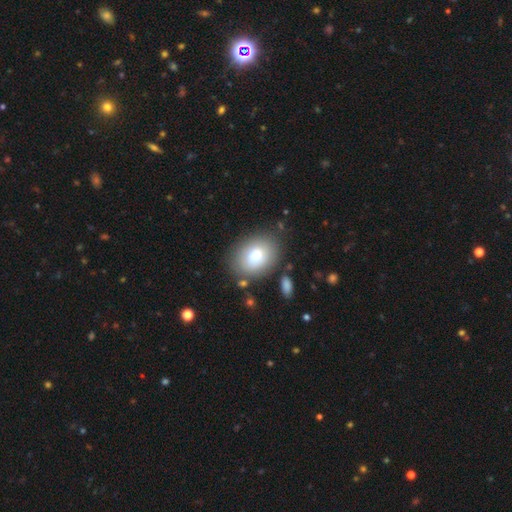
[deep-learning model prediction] A smooth galaxy with no disk features (75%) that is in between round and cigar-shaped (65%).

Vote fractions:
- Smooth or featured? smooth: 75% / featured or disk: 16% / star or artifact: 9%
- How rounded? in between: 65% / round: 34% / cigar-shaped: 1%
- Merging? none: 79% / minor disturbance: 12% / major disturbance: 4% / merger: 4%